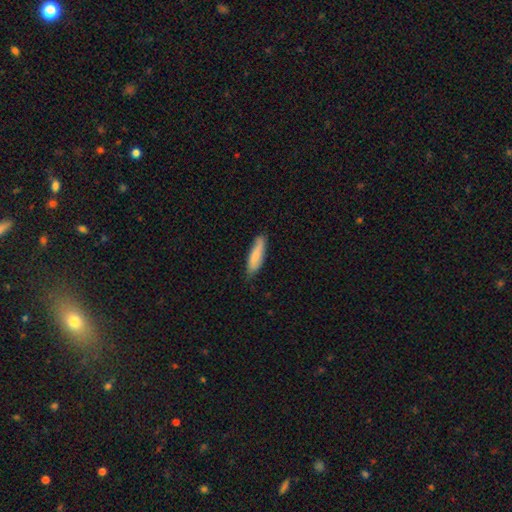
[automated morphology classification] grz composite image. It shows a smooth galaxy with no disk features (78%) that is cigar-shaped (64%). Merging: none (78%).